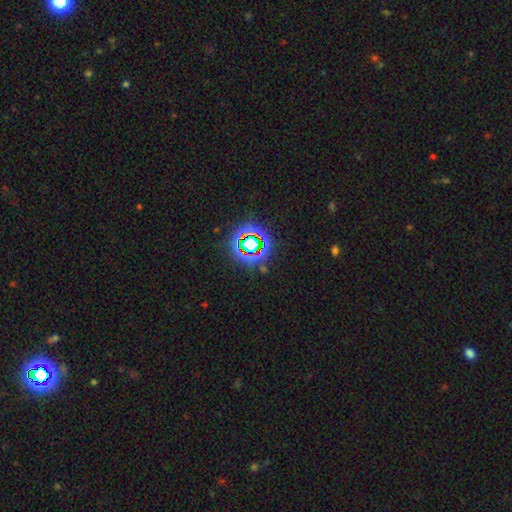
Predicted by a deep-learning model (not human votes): Q: Smooth or featured?
A: star or artifact (65%); runner-up: smooth (24%)